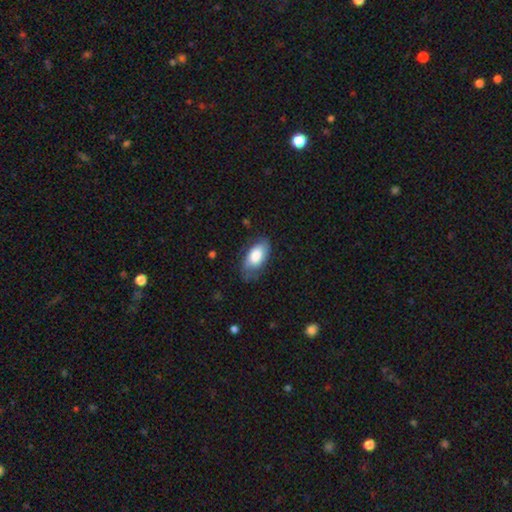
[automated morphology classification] Smooth or featured: smooth — 74% (featured or disk — 20%)
How rounded: in between — 93% (cigar-shaped — 4%)
Merging: none — 65% (minor disturbance — 26%)